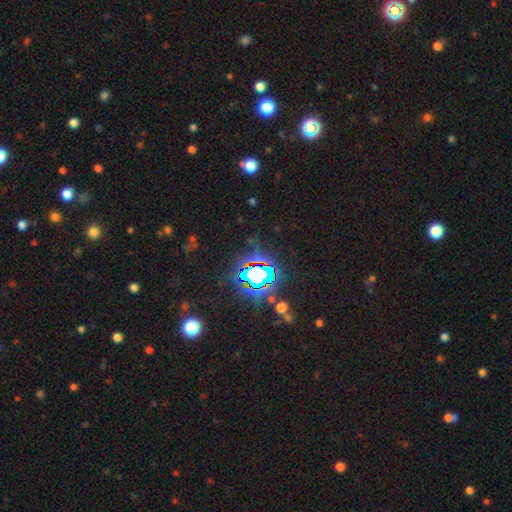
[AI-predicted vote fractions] Q: Smooth or featured?
A: star or artifact (81%); runner-up: smooth (11%)